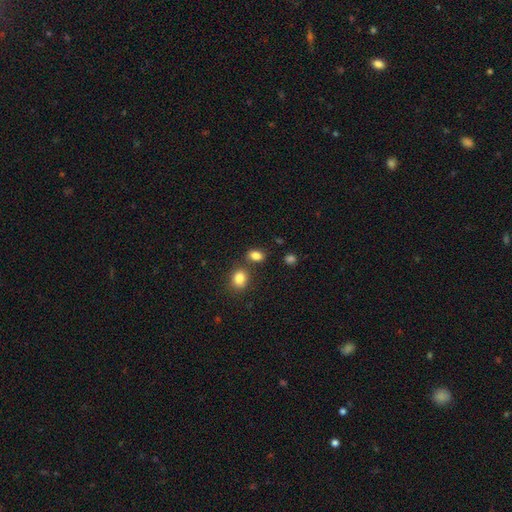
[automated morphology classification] The model was most divided on "merging": none: 69%, merger: 15%, minor disturbance: 12%, major disturbance: 4%. More confident: smooth or featured — smooth (83%); how rounded — in between (77%).